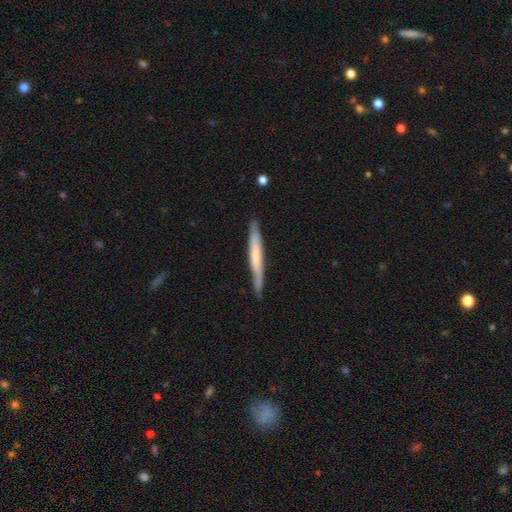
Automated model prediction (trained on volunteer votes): Morphology: type=smooth (51%); roundness=cigar-shaped (96%); merging=none (83%).